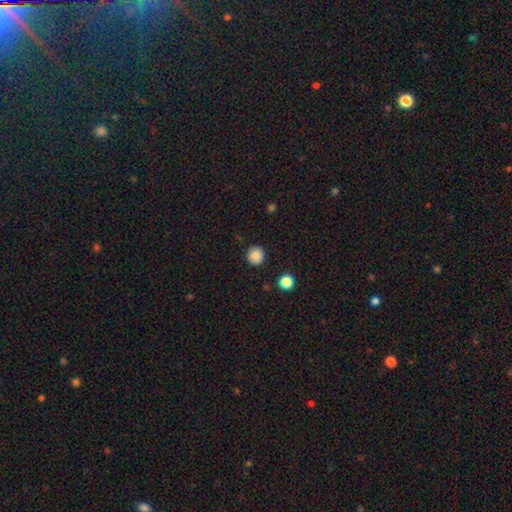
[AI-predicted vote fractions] A smooth galaxy with no disk features (86%) that is round (94%). Merging: none (91%).